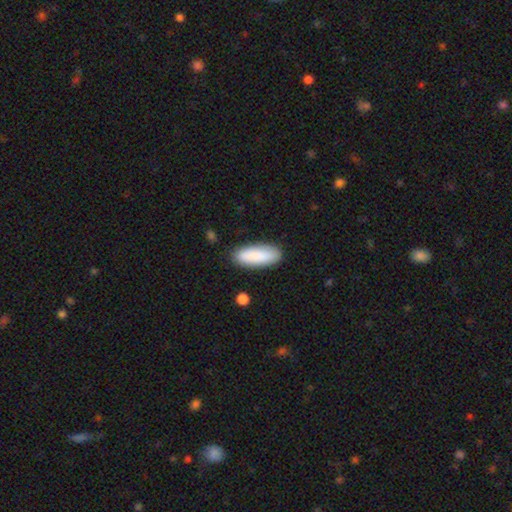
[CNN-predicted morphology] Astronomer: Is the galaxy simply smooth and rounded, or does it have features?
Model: smooth — 88%.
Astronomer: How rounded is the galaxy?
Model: in between — 69%.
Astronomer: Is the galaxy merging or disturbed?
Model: none — 86%.